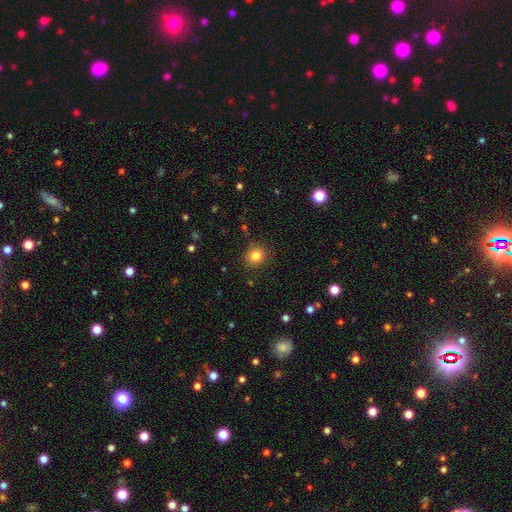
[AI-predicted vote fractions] smooth_or_featured: smooth (p=0.82) [alt: star or artifact p=0.12]
how_rounded: round (p=0.88) [alt: in between p=0.11]
merging: none (p=0.88) [alt: minor disturbance p=0.08]